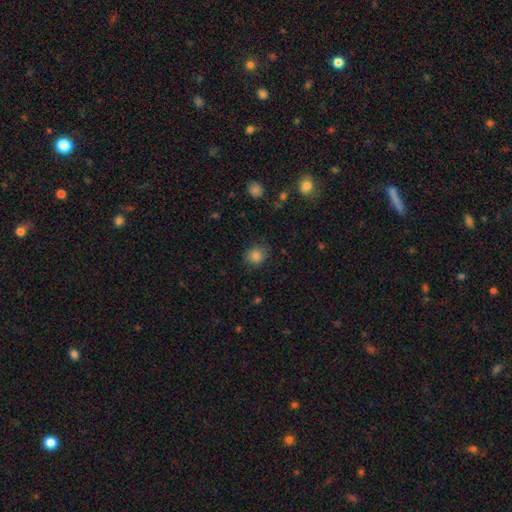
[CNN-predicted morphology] Q: Smooth or featured?
A: smooth (84%); runner-up: star or artifact (11%)
Q: How rounded?
A: round (79%); runner-up: in between (20%)
Q: Merging?
A: none (81%); runner-up: minor disturbance (14%)